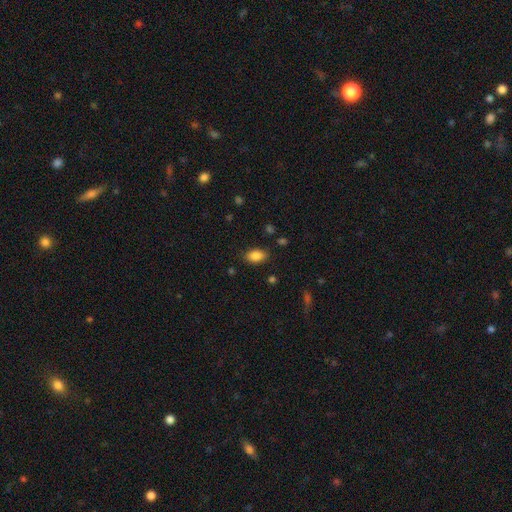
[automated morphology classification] smooth 86%, star or artifact 9%, featured or disk 5%. Down the decision tree: how rounded — in between (90%); merging — none (84%).